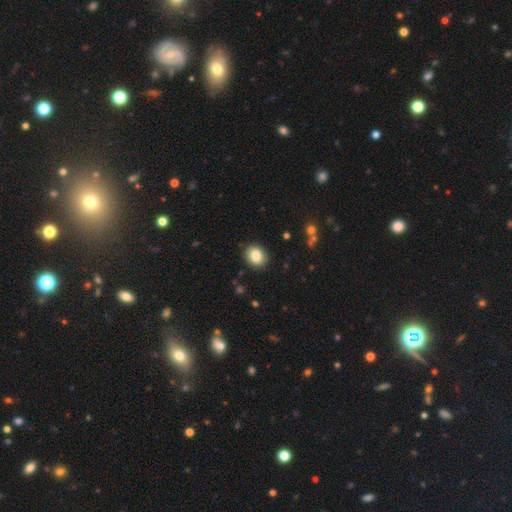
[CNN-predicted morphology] type=smooth (85%); roundness=round (57%); merging=none (89%).